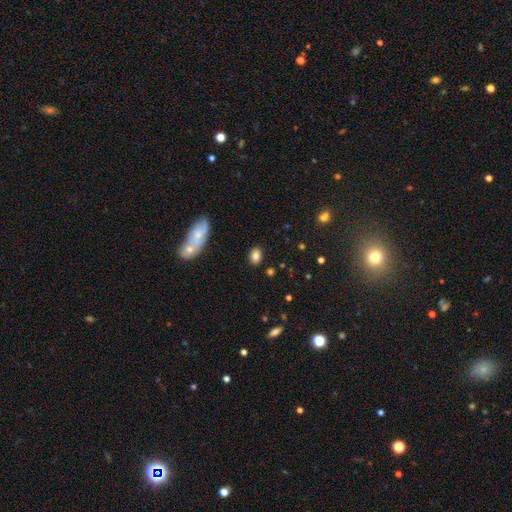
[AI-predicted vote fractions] Morphology: type=smooth (83%); roundness=in between (73%); merging=none (84%).